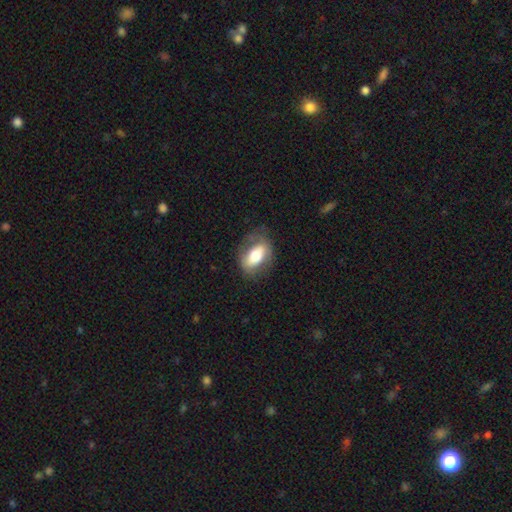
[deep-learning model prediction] smooth-or-featured: smooth: 58% | featured or disk: 35% | star or artifact: 7%
  how-rounded: in between: 85% | round: 11% | cigar-shaped: 4%
  merging: none: 70% | minor disturbance: 19% | major disturbance: 9% | merger: 1%